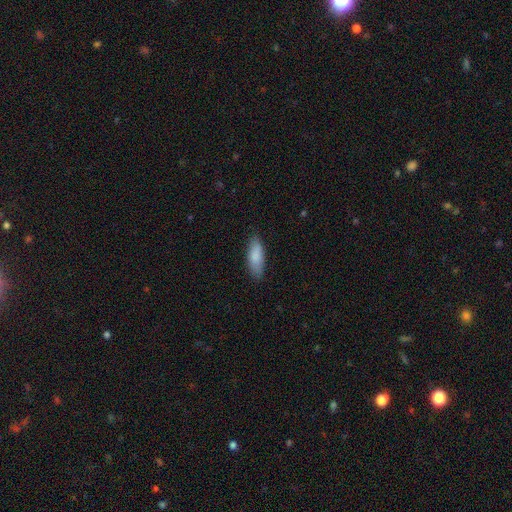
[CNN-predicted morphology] smooth 86%, featured or disk 9%, star or artifact 6%. Down the decision tree: how rounded — in between (67%); merging — none (81%).